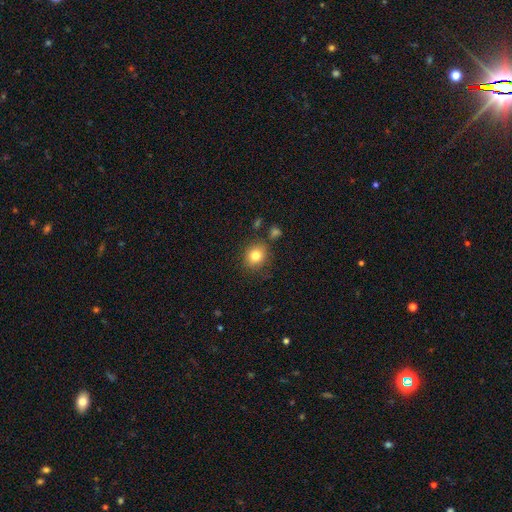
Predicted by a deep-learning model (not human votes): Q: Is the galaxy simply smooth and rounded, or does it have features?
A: smooth — 80%.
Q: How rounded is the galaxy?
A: round — 76%.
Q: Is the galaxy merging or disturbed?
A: none — 81%.